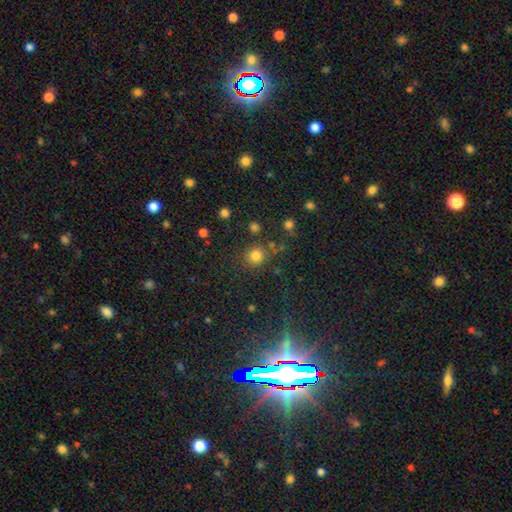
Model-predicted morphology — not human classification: Smooth or featured: smooth — 80% (star or artifact — 14%)
How rounded: round — 88% (in between — 11%)
Merging: none — 78% (minor disturbance — 10%)